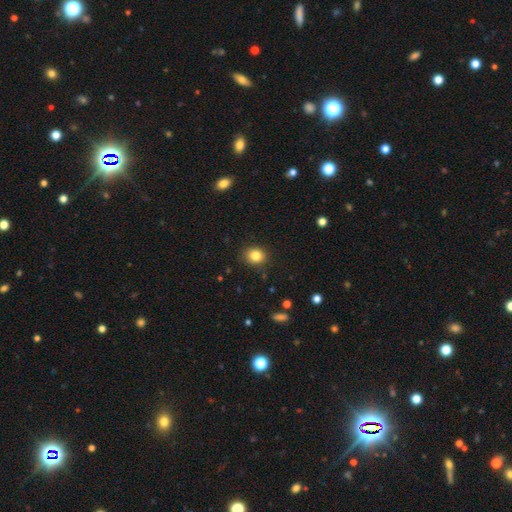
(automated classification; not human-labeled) smooth-or-featured: smooth: 84% | star or artifact: 10% | featured or disk: 6%
  how-rounded: round: 71% | in between: 28% | cigar-shaped: 1%
  merging: none: 88% | minor disturbance: 9% | major disturbance: 2% | merger: 1%